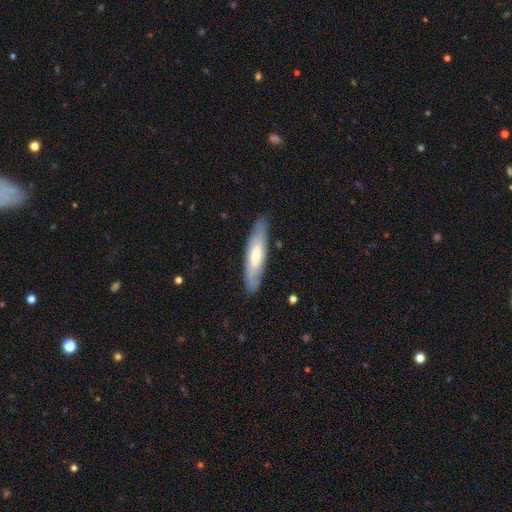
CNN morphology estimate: smooth 51%, featured or disk 44%, star or artifact 5%. Down the decision tree: how rounded — cigar-shaped (69%); merging — none (85%).